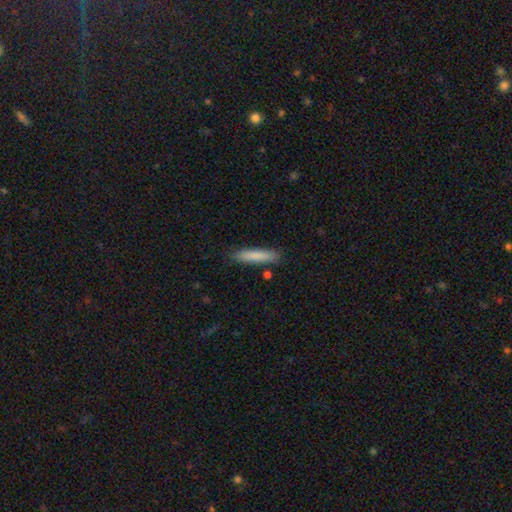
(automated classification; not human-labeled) Smooth or featured? Predicted: smooth (p=0.83). How rounded? Predicted: cigar-shaped (p=0.88). Merging? Predicted: none (p=0.86).